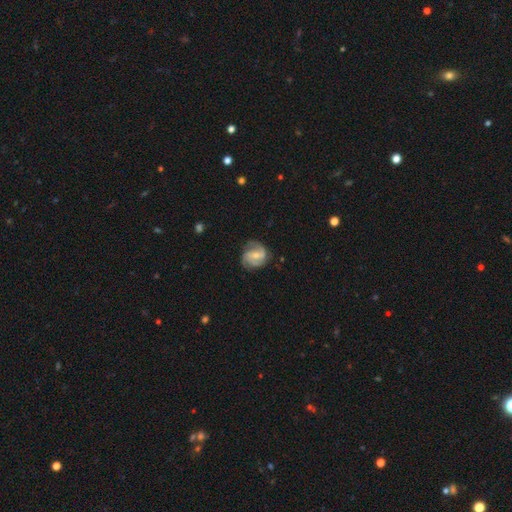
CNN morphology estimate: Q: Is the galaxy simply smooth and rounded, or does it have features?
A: featured or disk — 80%.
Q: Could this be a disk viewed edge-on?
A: no — 98%.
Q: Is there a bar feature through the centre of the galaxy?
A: weak — 45%.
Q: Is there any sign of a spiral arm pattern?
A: yes — 95%.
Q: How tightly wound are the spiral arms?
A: medium — 49%.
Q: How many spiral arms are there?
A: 2 — 42%.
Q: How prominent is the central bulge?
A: small — 49%.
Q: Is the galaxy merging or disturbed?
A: none — 71%.